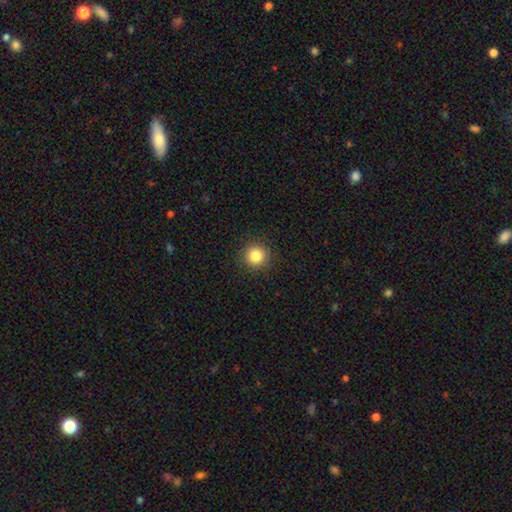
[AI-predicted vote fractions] Overall: smooth (84%). How rounded: round (94%). Merging: none (91%).